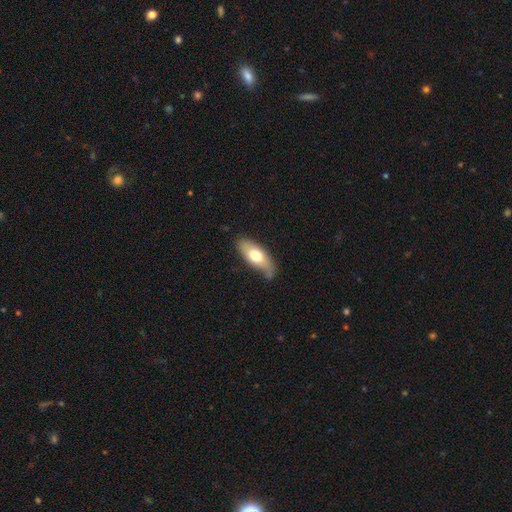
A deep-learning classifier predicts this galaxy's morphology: This appears to be a smooth galaxy with no disk features (64%) that is in between round and cigar-shaped (79%). Merging: none (63%).